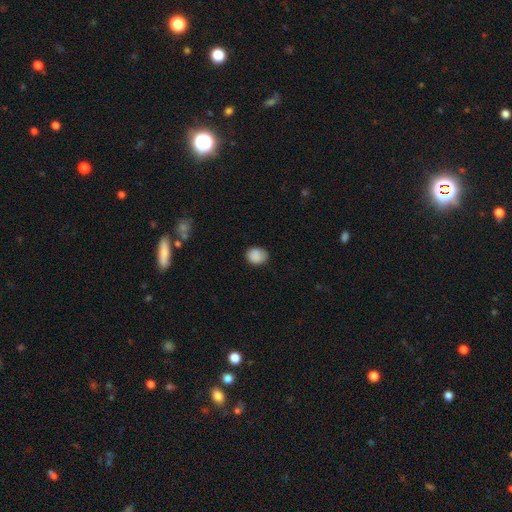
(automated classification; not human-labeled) Overall: smooth (88%). How rounded: round (61%; in between 38%). Merging: none (76%).